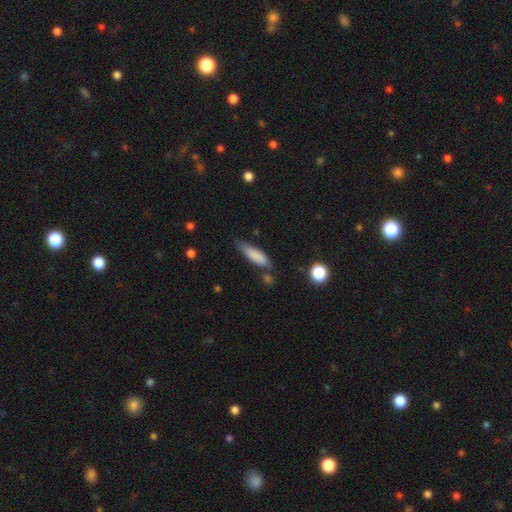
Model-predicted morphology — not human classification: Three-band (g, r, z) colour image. It shows a smooth galaxy with no disk features (82%) that is cigar-shaped (62%). Merging: none (65%).